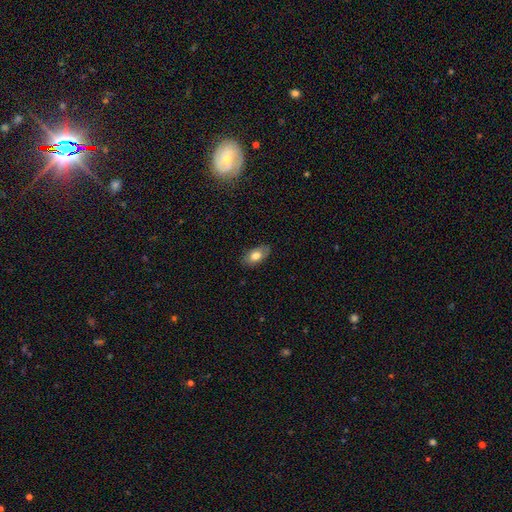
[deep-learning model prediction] Q: Smooth or featured?
A: smooth (77%); runner-up: featured or disk (16%)
Q: How rounded?
A: in between (92%); runner-up: round (6%)
Q: Merging?
A: none (83%); runner-up: minor disturbance (13%)